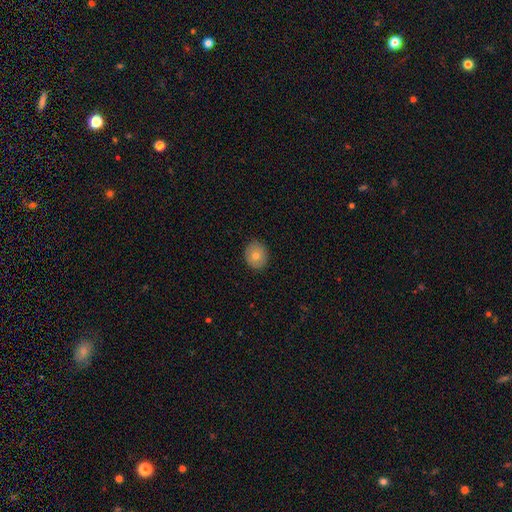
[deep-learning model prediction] This appears to be a smooth galaxy with no disk features (73%) that is round (66%). Merging: none (89%).